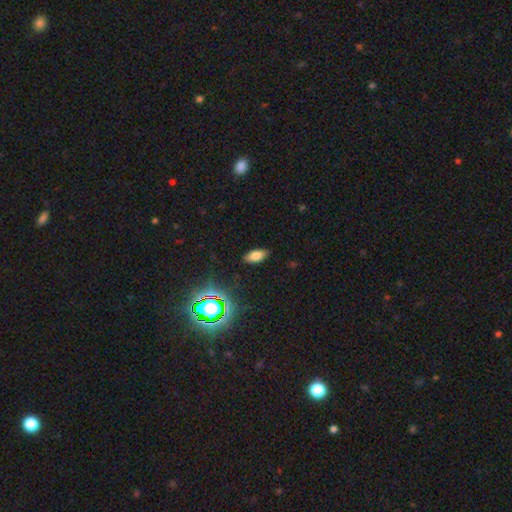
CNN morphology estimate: Overall: smooth (73%). How rounded: in between (87%). Merging: none (87%).